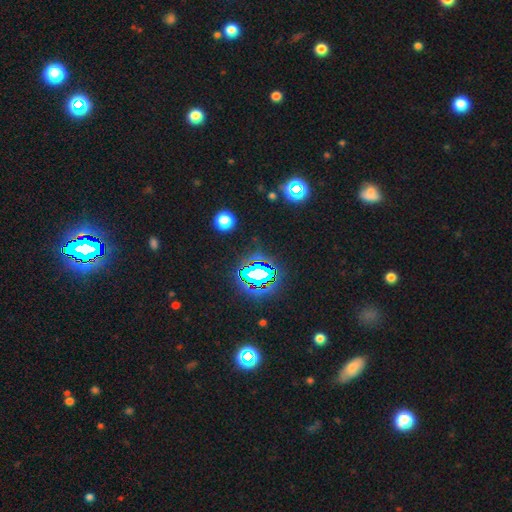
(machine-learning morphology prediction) type=star or artifact (77%).